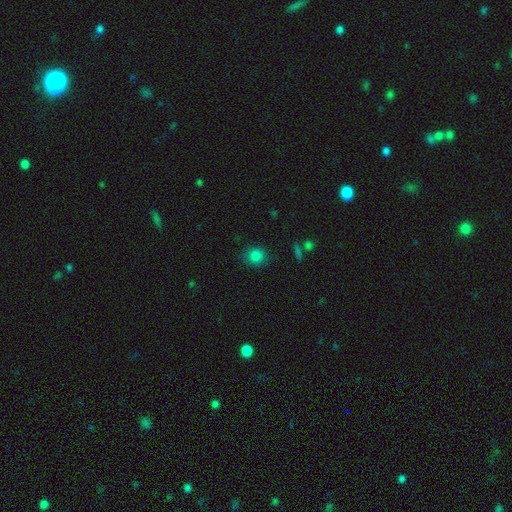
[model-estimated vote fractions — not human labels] smooth 82%, star or artifact 13%, featured or disk 5%. Down the decision tree: how rounded — round (81%); merging — none (85%).